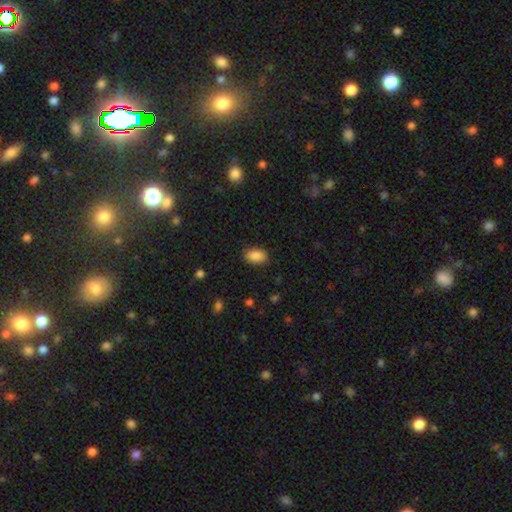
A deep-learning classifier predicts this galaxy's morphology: type=smooth (87%); roundness=in between (88%); merging=none (85%).